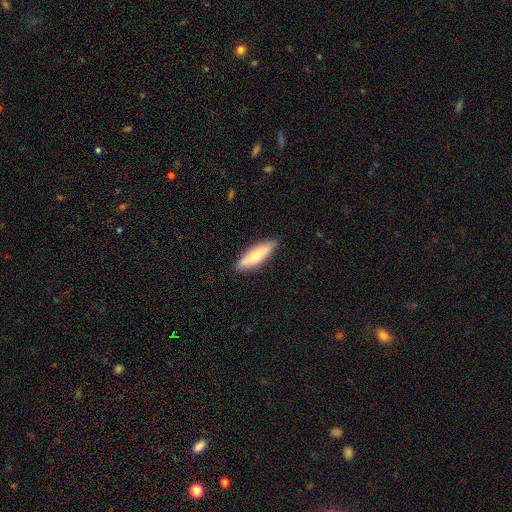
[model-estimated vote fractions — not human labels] smooth_or_featured: smooth (p=0.65) [alt: featured or disk p=0.29]
how_rounded: cigar-shaped (p=0.58) [alt: in between p=0.40]
merging: none (p=0.86) [alt: minor disturbance p=0.11]